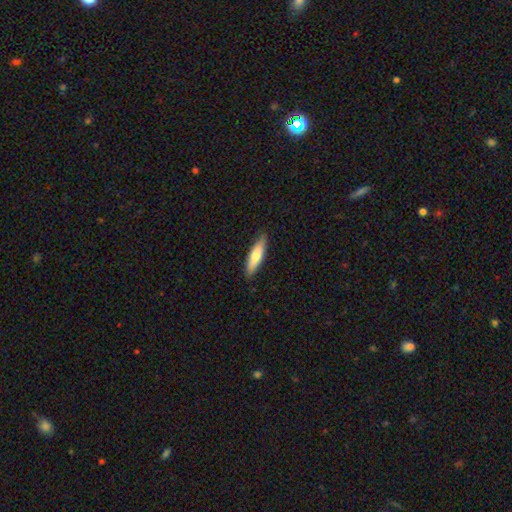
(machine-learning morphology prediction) Smooth or featured? smooth (73%)
How rounded? cigar-shaped (67%)
Merging? none (88%)